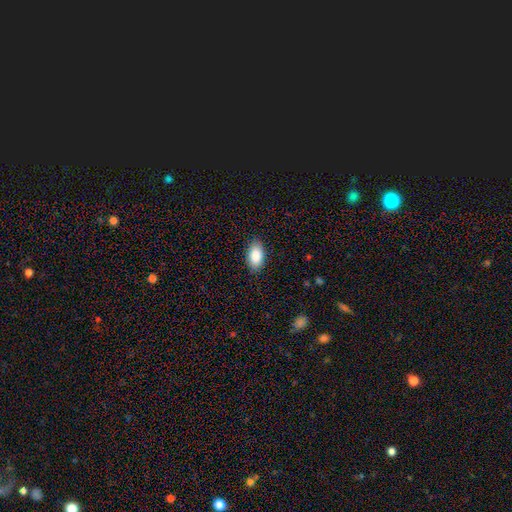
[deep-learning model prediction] Overall: smooth (87%). How rounded: in between (94%). Merging: none (87%).